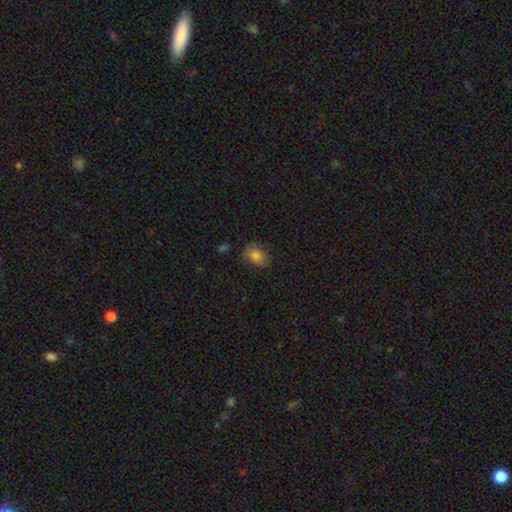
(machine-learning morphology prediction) Smooth or featured: smooth — 81% (star or artifact — 10%)
How rounded: in between — 76% (round — 23%)
Merging: none — 69% (minor disturbance — 23%)